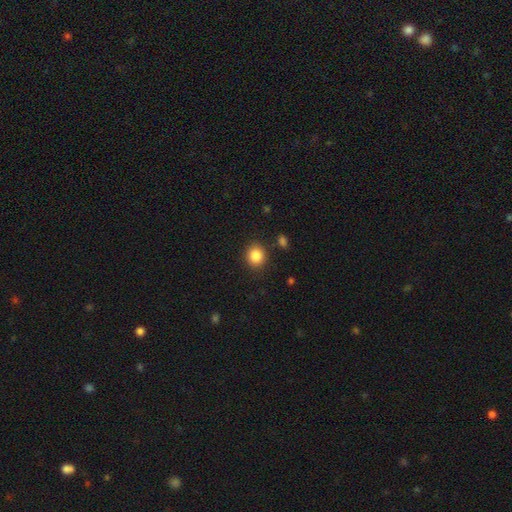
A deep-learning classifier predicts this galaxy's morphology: A smooth galaxy with no disk features (86%) that is round (80%). Merging: none (88%).